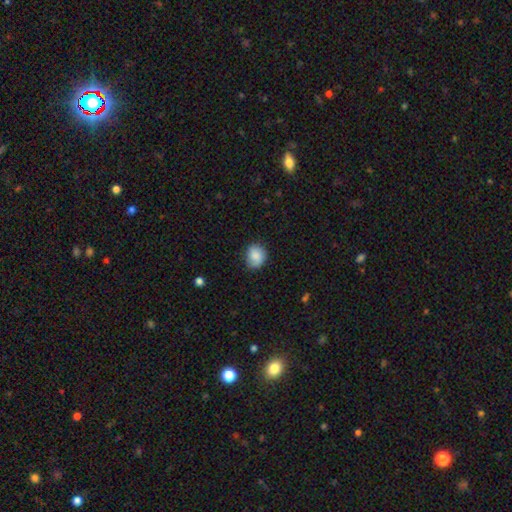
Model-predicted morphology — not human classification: This appears to be a smooth galaxy with no disk features (82%) that is round (63%). Merging: none (73%).